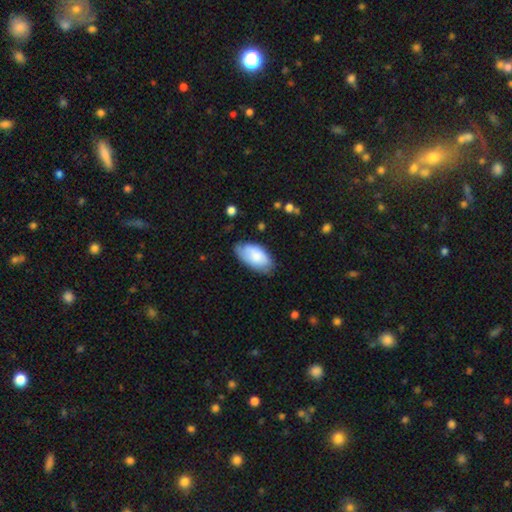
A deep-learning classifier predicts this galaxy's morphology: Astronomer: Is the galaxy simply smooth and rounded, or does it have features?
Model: smooth — 77%.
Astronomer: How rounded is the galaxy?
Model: in between — 95%.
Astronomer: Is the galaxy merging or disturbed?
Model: none — 65%.